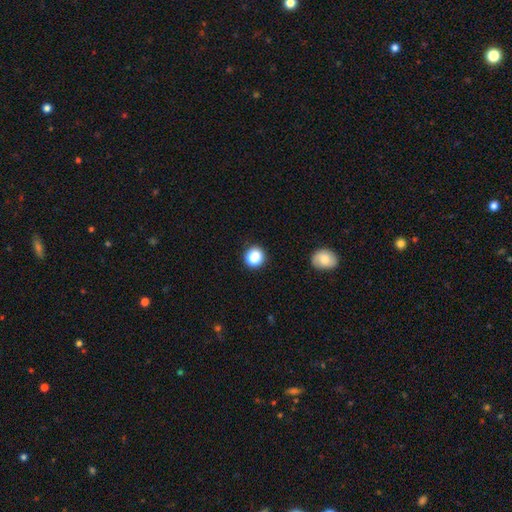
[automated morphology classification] This appears to be a smooth galaxy with no disk features (84%) that is round (87%). Merging: none (90%).